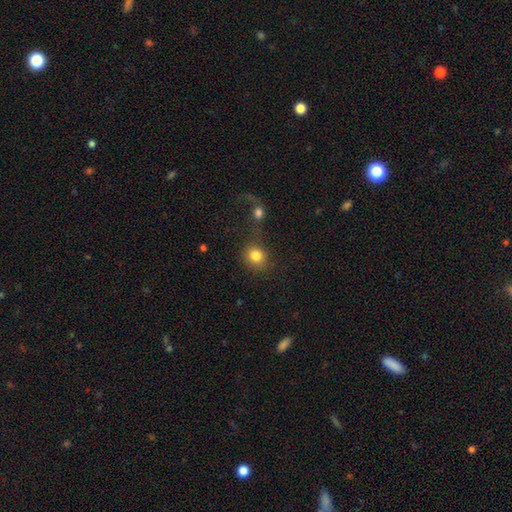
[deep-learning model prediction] smooth 84%, star or artifact 10%, featured or disk 7%. Down the decision tree: how rounded — round (84%); merging — none (63%).